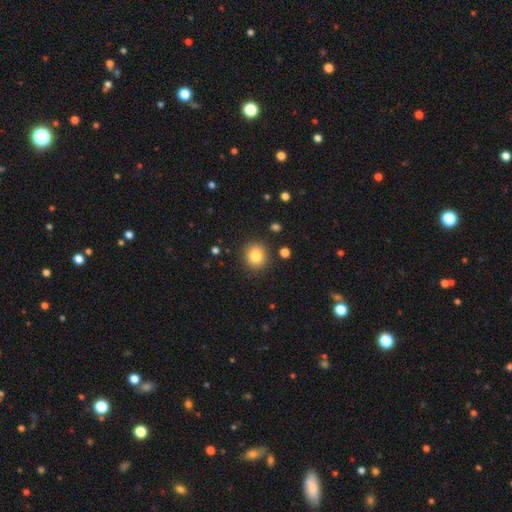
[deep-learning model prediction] smooth 83%, star or artifact 10%, featured or disk 7%. Down the decision tree: how rounded — round (89%); merging — none (90%).